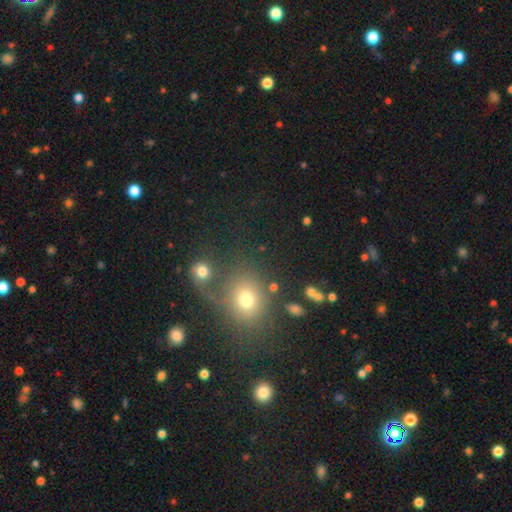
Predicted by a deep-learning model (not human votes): A smooth galaxy with no disk features (55%) that is round (73%).

Vote fractions:
- Smooth or featured? smooth: 55% / star or artifact: 36% / featured or disk: 9%
- How rounded? round: 73% / in between: 25% / cigar-shaped: 2%
- Merging? none: 76% / merger: 10% / minor disturbance: 9% / major disturbance: 4%